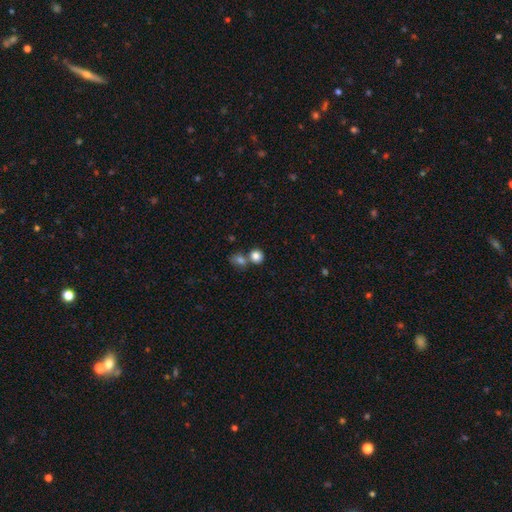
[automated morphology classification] smooth-or-featured: smooth: 83% | star or artifact: 10% | featured or disk: 7%
  how-rounded: round: 79% | in between: 20% | cigar-shaped: 1%
  merging: none: 54% | merger: 35% | minor disturbance: 8% | major disturbance: 3%